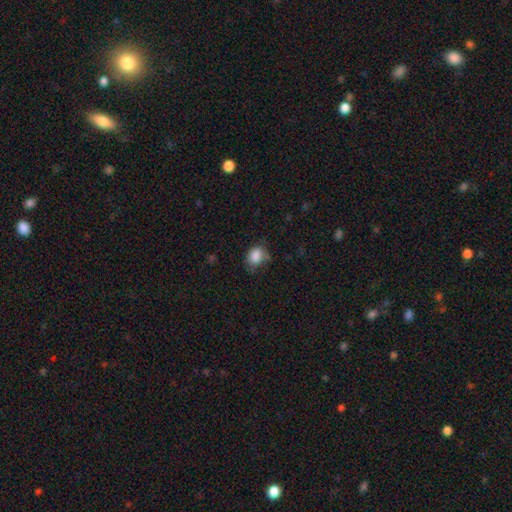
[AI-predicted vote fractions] smooth-or-featured: smooth: 85% | star or artifact: 9% | featured or disk: 6%
  how-rounded: in between: 56% | round: 43% | cigar-shaped: 1%
  merging: none: 57% | minor disturbance: 31% | major disturbance: 10% | merger: 3%